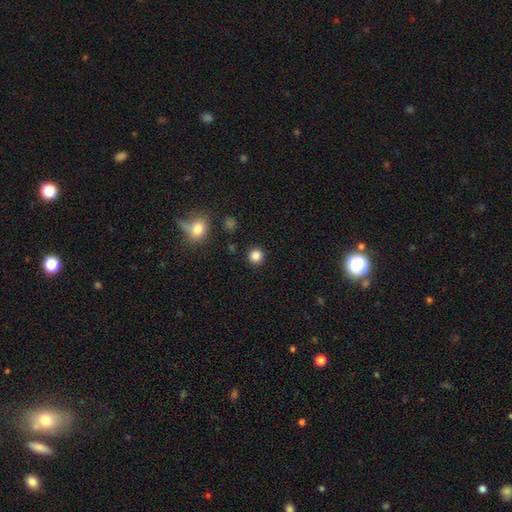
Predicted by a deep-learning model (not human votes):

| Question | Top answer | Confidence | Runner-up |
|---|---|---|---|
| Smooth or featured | smooth | 85% | star or artifact (12%) |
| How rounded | round | 94% | in between (5%) |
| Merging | none | 91% | minor disturbance (5%) |